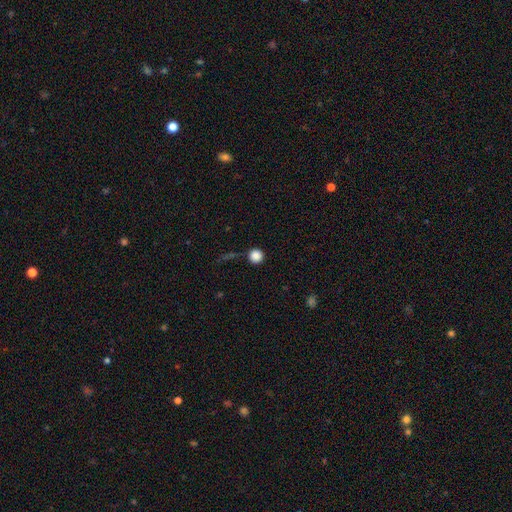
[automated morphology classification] This appears to be a smooth galaxy with no disk features (86%) that is round (96%). Merging: none (86%).